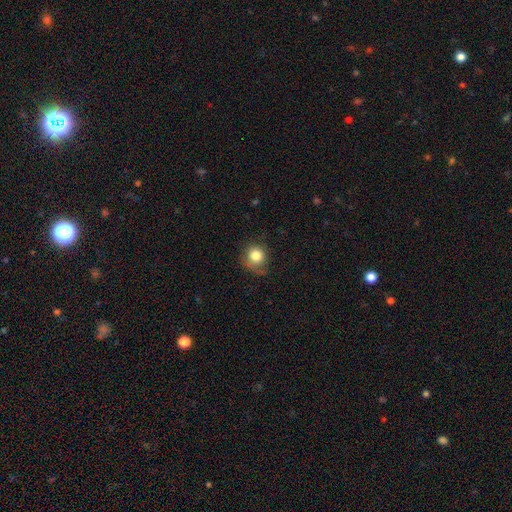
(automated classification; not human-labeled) This is clearly a smooth galaxy (81%). How rounded: clearly round (86%). Merging: likely none (64%).